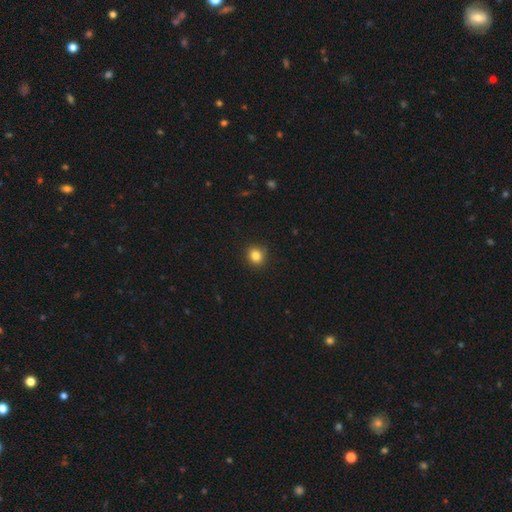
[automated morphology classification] Overall: smooth (84%). How rounded: round (81%). Merging: none (88%).